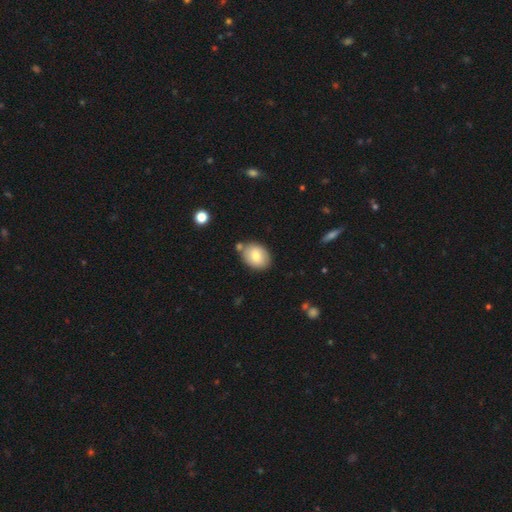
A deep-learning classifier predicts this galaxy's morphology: Smooth or featured? smooth (78%)
How rounded? in between (66%)
Merging? none (75%)